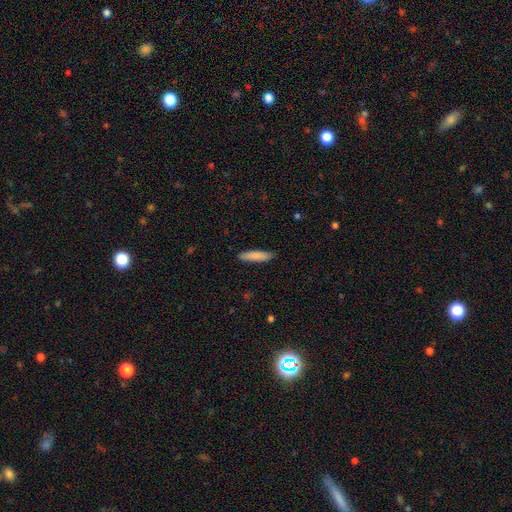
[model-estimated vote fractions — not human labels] A smooth galaxy with no disk features (86%) that is cigar-shaped (81%). Merging: none (88%).